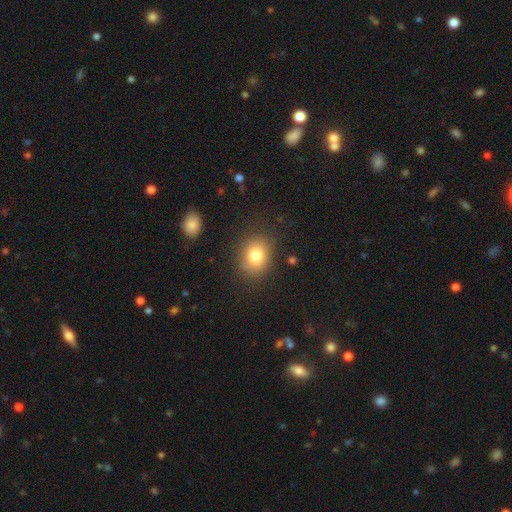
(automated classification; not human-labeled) Smooth or featured? Predicted: smooth (p=0.80). How rounded? Predicted: round (p=0.51). Merging? Predicted: none (p=0.83).